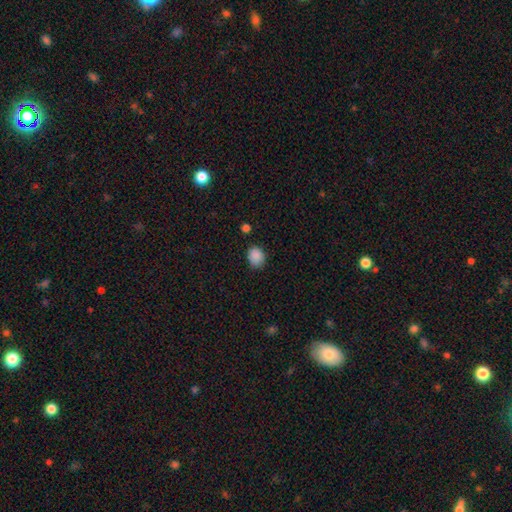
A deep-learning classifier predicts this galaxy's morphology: Smooth or featured: smooth — 88% (star or artifact — 9%)
How rounded: in between — 50% (round — 49%)
Merging: none — 78% (minor disturbance — 16%)